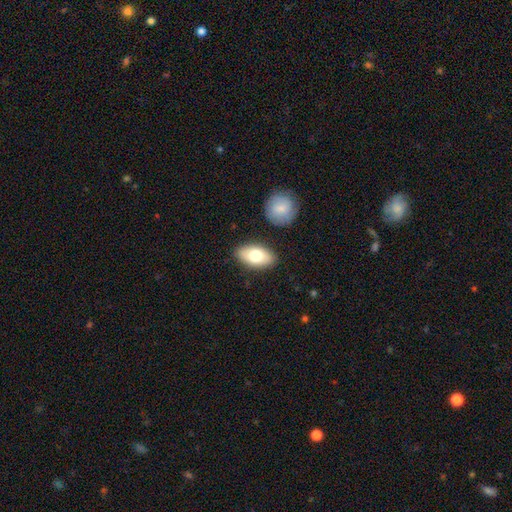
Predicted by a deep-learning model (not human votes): smooth-or-featured: smooth: 76% | featured or disk: 18% | star or artifact: 6%
  how-rounded: in between: 92% | round: 5% | cigar-shaped: 3%
  merging: none: 84% | minor disturbance: 10% | merger: 3% | major disturbance: 2%